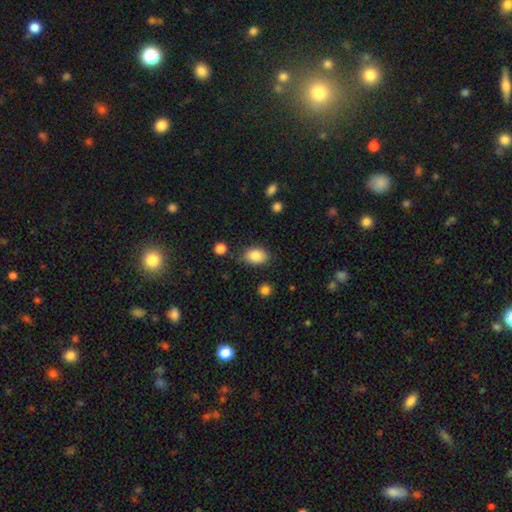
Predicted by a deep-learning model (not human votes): Overall: smooth (87%). How rounded: in between (80%). Merging: none (76%).